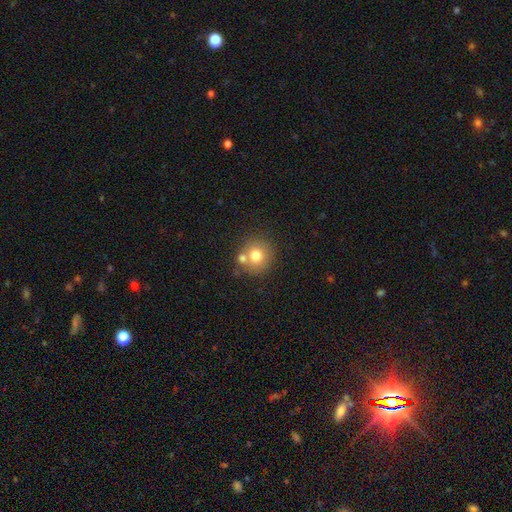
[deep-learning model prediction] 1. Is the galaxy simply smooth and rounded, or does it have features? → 75% smooth, 15% featured or disk, 11% star or artifact.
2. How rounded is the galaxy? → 88% round, 11% in between, 1% cigar-shaped.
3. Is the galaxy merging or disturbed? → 62% none, 24% merger, 10% minor disturbance, 4% major disturbance.